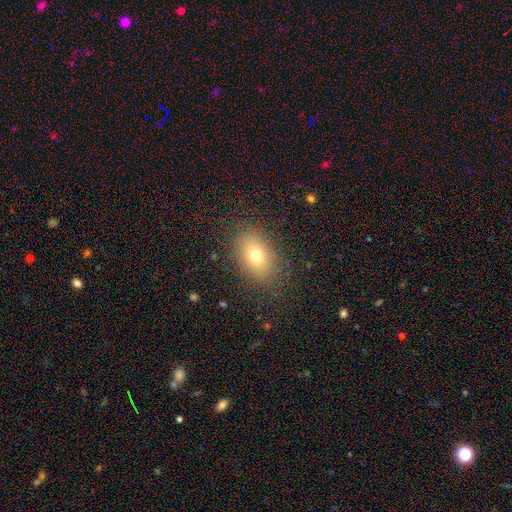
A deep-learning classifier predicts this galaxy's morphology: A smooth galaxy with no disk features (73%) that is in between round and cigar-shaped (83%).

Vote fractions:
- Smooth or featured? smooth: 73% / featured or disk: 15% / star or artifact: 12%
- How rounded? in between: 83% / round: 15% / cigar-shaped: 2%
- Merging? none: 85% / minor disturbance: 10% / major disturbance: 4% / merger: 1%